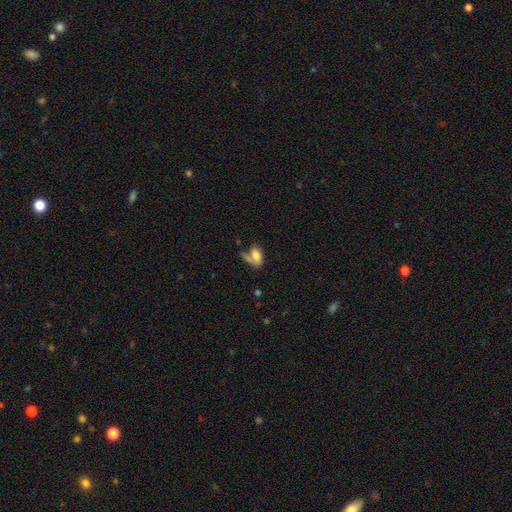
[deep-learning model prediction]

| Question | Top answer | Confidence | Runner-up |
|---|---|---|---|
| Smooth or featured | smooth | 70% | featured or disk (21%) |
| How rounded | in between | 85% | cigar-shaped (9%) |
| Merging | none | 34% | merger (30%) |